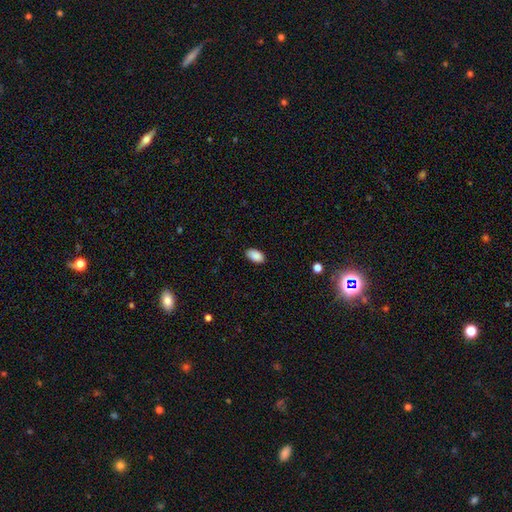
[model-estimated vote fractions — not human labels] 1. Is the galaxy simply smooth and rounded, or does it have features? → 89% smooth, 8% star or artifact, 3% featured or disk.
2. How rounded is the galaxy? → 94% in between, 5% round, 2% cigar-shaped.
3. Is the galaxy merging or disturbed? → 85% none, 12% minor disturbance, 2% major disturbance, 1% merger.